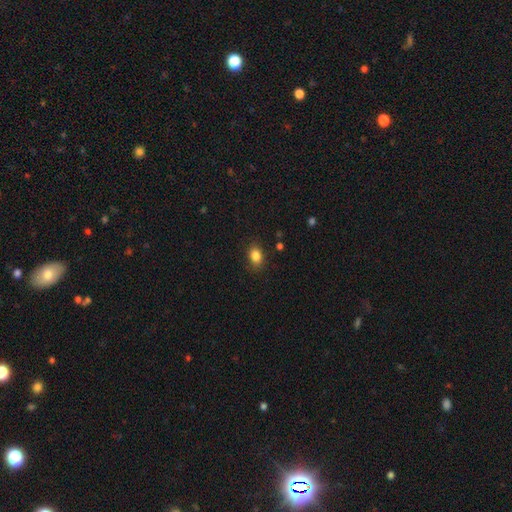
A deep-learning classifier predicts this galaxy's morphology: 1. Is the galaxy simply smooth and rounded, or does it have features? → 85% smooth, 10% star or artifact, 5% featured or disk.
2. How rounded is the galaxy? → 78% in between, 21% round, 1% cigar-shaped.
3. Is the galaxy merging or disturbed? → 84% none, 11% minor disturbance, 3% major disturbance, 1% merger.